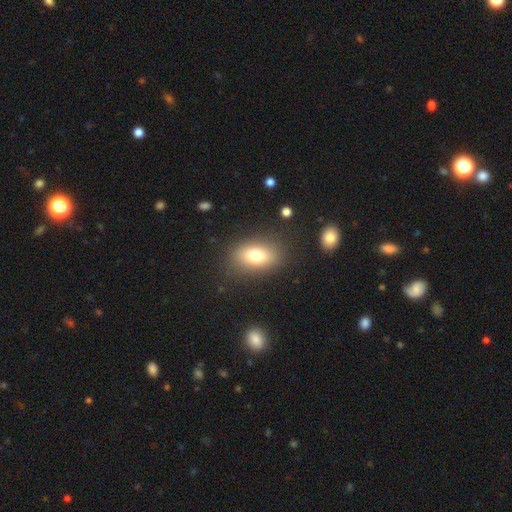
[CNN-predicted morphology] Smooth or featured? Predicted: smooth (p=0.77). How rounded? Predicted: in between (p=0.83). Merging? Predicted: none (p=0.83).